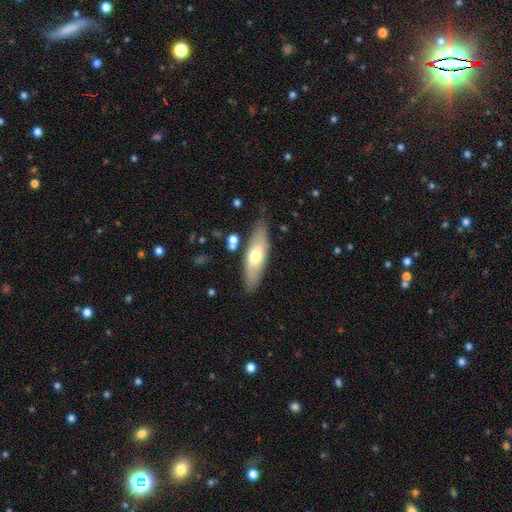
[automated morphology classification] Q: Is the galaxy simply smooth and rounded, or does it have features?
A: smooth — 57%.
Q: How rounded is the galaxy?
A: in between — 53%.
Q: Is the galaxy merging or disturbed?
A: none — 80%.